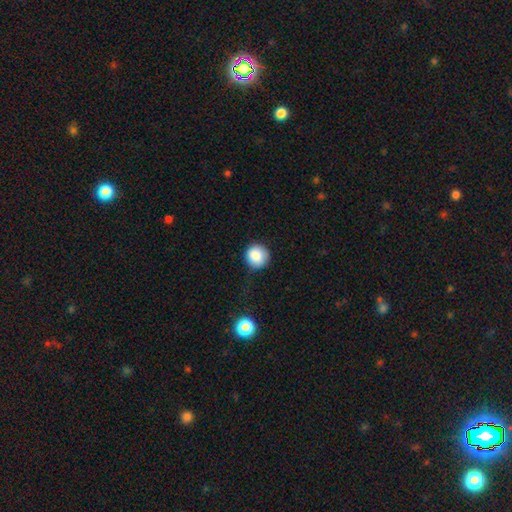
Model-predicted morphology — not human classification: A smooth galaxy with no disk features (87%) that is round (93%).

Vote fractions:
- Smooth or featured? smooth: 87% / star or artifact: 9% / featured or disk: 4%
- How rounded? round: 93% / in between: 6% / cigar-shaped: 1%
- Merging? none: 81% / minor disturbance: 14% / major disturbance: 3% / merger: 2%